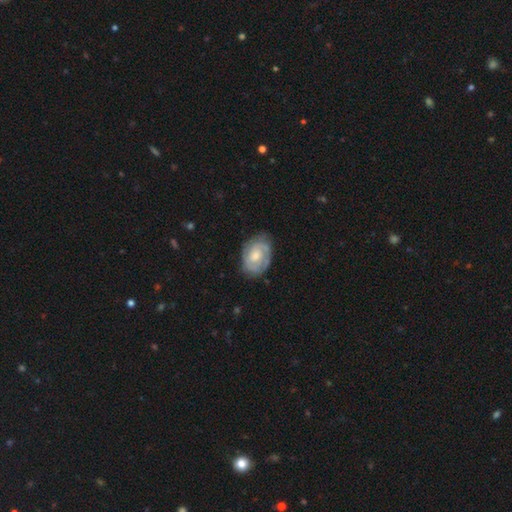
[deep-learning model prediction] A featured or disk galaxy (70%) with no bar (65%), 2 (53%) tight (57%) spiral arms (87%) and a moderate central bulge (51%).

Vote fractions:
- Smooth or featured? featured or disk: 70% / smooth: 25% / star or artifact: 5%
- Edge-on disk? no: 97% / yes: 3%
- Bar? no: 65% / weak: 30% / strong: 4%
- Spiral arms? yes: 87% / no: 13%
- Spiral winding? tight: 57% / medium: 33% / loose: 10%
- Spiral arm count? 2: 53% / can't tell: 27% / 3: 9% / 1: 8% / 4: 2% / more than 4: 2%
- Bulge size? moderate: 51% / small: 33% / large: 9% / none: 6% / dominant: 1%
- Merging? none: 72% / minor disturbance: 20% / major disturbance: 7% / merger: 1%